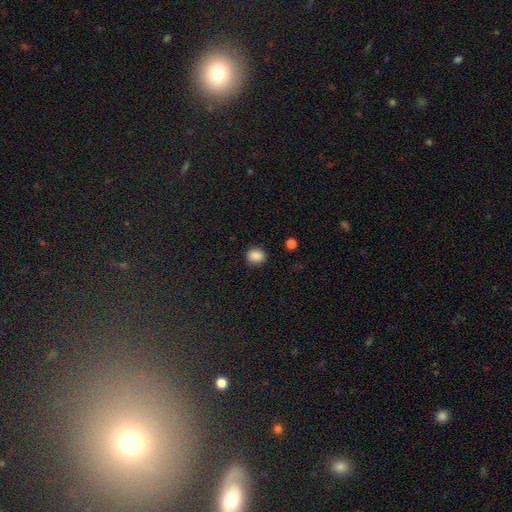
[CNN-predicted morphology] Smooth or featured? Predicted: smooth (p=0.88). How rounded? Predicted: round (p=0.68). Merging? Predicted: none (p=0.88).